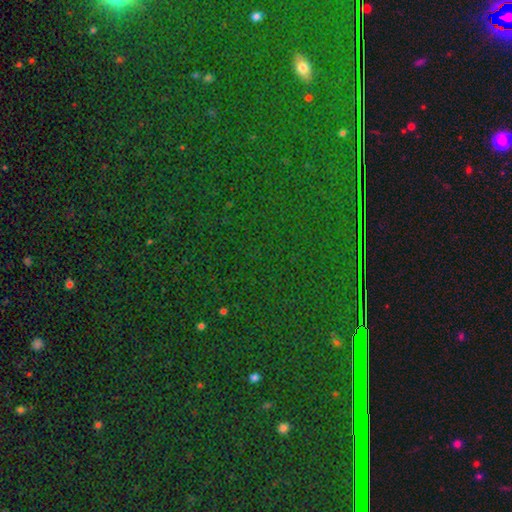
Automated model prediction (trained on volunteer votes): Morphology: type=star or artifact (85%).